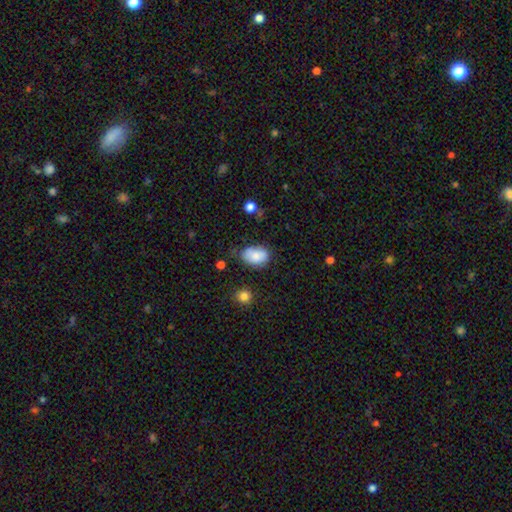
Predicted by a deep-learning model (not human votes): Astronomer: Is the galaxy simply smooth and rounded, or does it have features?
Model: smooth — 82%.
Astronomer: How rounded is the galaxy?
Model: in between — 86%.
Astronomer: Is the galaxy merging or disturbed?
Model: none — 62%.